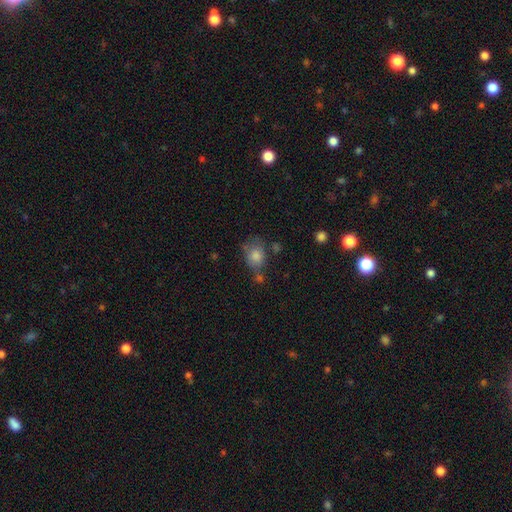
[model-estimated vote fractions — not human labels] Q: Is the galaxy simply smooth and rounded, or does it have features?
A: smooth — 77%.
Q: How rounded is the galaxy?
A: round — 51%.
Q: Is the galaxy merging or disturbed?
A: none — 55%.